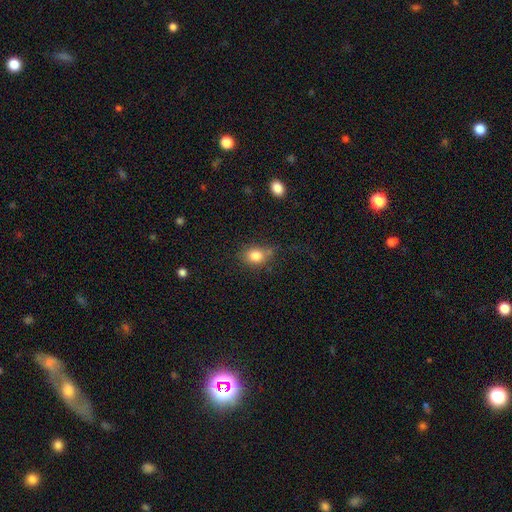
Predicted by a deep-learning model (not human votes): The model was most divided on "how rounded": round: 55%, in between: 44%, cigar-shaped: 1%. More confident: smooth or featured — smooth (82%); merging — none (62%).